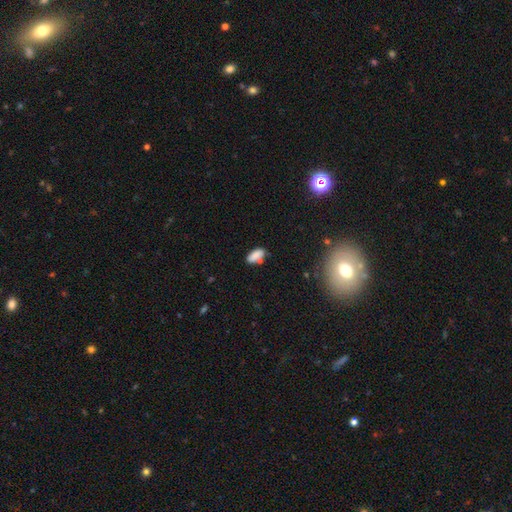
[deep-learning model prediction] Overall: smooth (82%). How rounded: in between (82%). Merging: none (60%; minor disturbance 21%).